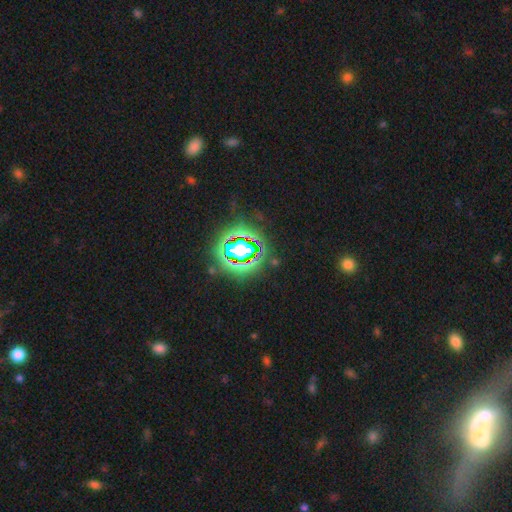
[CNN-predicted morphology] This appears to be a star or artifact, not a galaxy (81%).